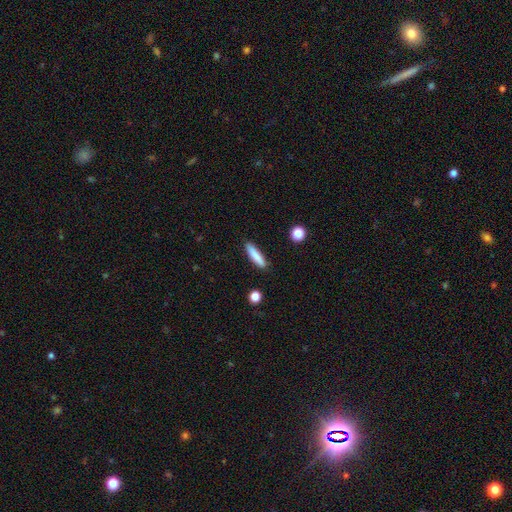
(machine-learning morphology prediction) smooth_or_featured: smooth (p=0.84) [alt: featured or disk p=0.10]
how_rounded: cigar-shaped (p=0.83) [alt: in between p=0.16]
merging: none (p=0.88) [alt: minor disturbance p=0.09]